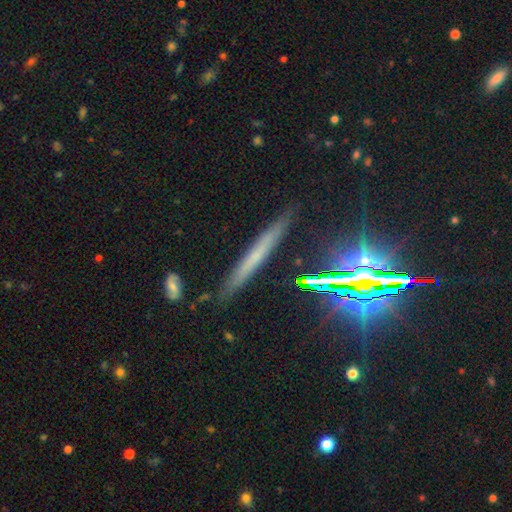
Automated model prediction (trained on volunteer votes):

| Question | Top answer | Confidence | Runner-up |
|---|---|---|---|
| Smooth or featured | smooth | 40% | featured or disk (39%) |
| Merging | none | 85% | minor disturbance (11%) |